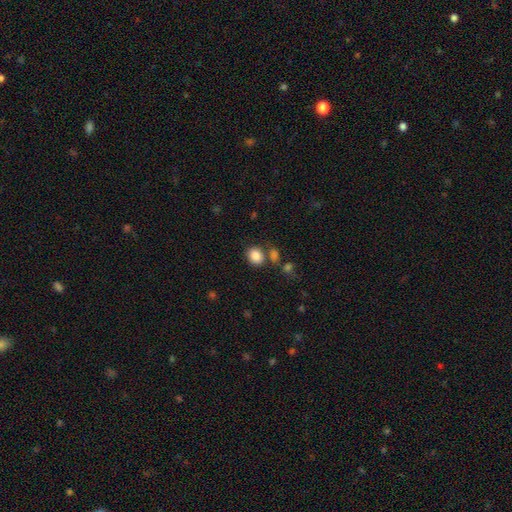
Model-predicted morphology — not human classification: Q: Smooth or featured?
A: smooth (86%); runner-up: star or artifact (9%)
Q: How rounded?
A: round (59%); runner-up: in between (40%)
Q: Merging?
A: none (70%); runner-up: merger (14%)